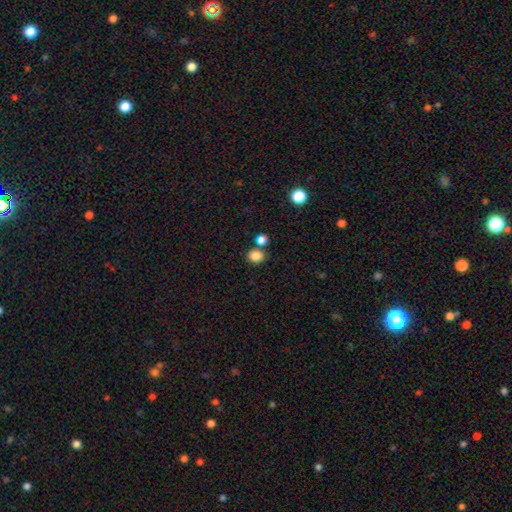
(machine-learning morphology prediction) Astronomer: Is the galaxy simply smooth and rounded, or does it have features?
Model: smooth — 85%.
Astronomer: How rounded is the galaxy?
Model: round — 71%.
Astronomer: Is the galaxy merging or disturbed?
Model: none — 71%.